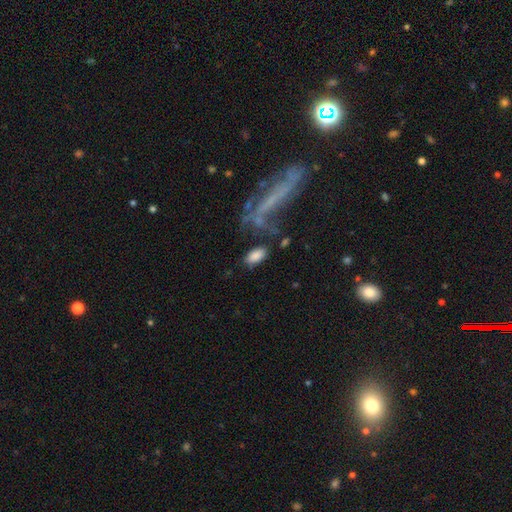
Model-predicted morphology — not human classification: Q: Smooth or featured?
A: smooth (83%); runner-up: featured or disk (9%)
Q: How rounded?
A: in between (92%); runner-up: cigar-shaped (5%)
Q: Merging?
A: none (69%); runner-up: minor disturbance (15%)